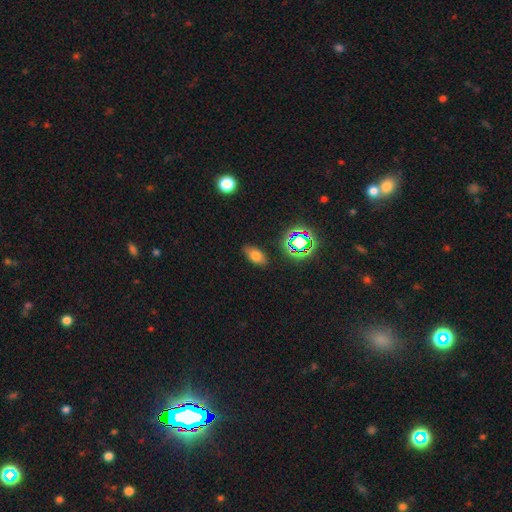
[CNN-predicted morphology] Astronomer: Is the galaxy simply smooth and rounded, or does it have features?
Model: smooth — 71%.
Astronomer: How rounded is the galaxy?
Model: in between — 88%.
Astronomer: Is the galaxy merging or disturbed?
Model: none — 85%.